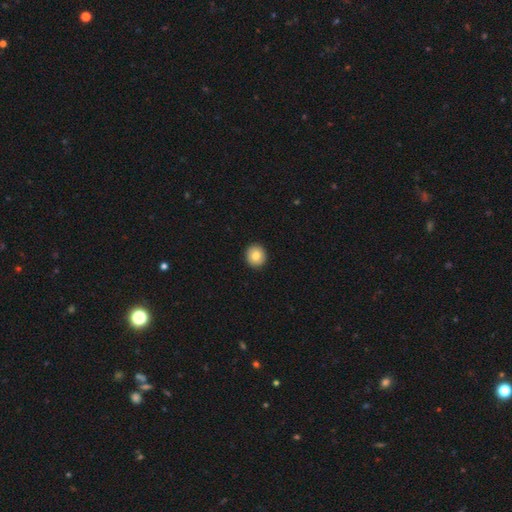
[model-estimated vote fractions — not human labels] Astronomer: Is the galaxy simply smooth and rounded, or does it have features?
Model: smooth — 82%.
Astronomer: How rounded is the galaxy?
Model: round — 89%.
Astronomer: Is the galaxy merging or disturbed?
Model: none — 93%.